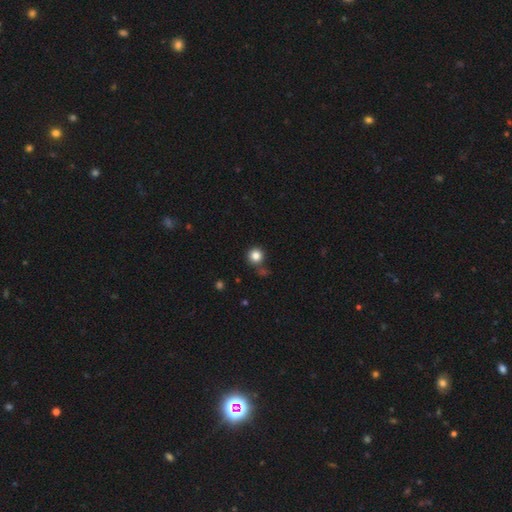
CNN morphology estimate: Smooth or featured?
  - smooth: 84% *
  - star or artifact: 11%
  - featured or disk: 5%
How rounded?
  - round: 94% *
  - in between: 5%
  - cigar-shaped: 1%
Merging?
  - none: 79% *
  - minor disturbance: 10%
  - merger: 8%
  - major disturbance: 4%